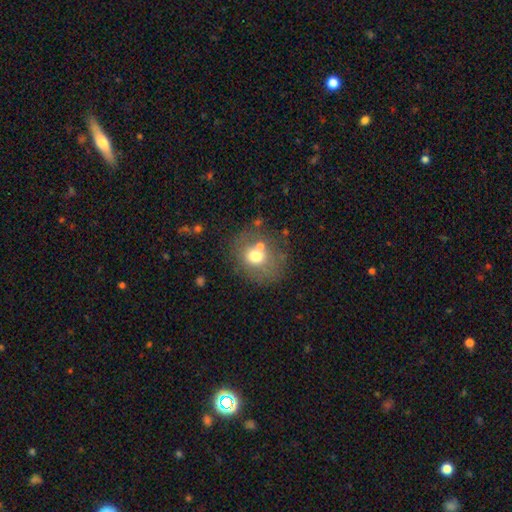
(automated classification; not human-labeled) smooth-or-featured: smooth: 68% | featured or disk: 19% | star or artifact: 13%
  how-rounded: round: 74% | in between: 25% | cigar-shaped: 1%
  merging: none: 64% | minor disturbance: 16% | merger: 13% | major disturbance: 8%